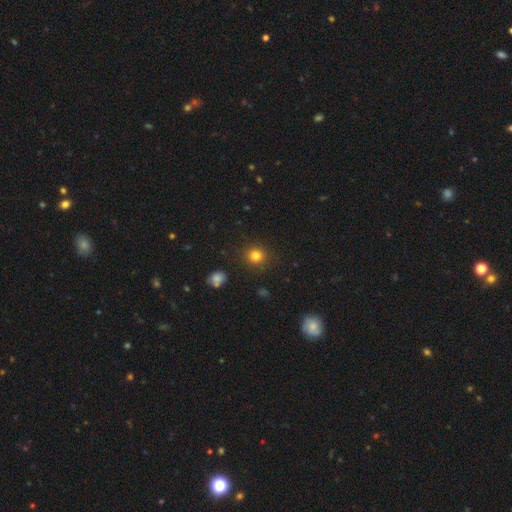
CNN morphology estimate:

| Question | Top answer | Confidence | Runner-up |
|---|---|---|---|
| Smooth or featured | smooth | 82% | star or artifact (13%) |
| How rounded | round | 89% | in between (10%) |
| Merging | none | 89% | minor disturbance (7%) |